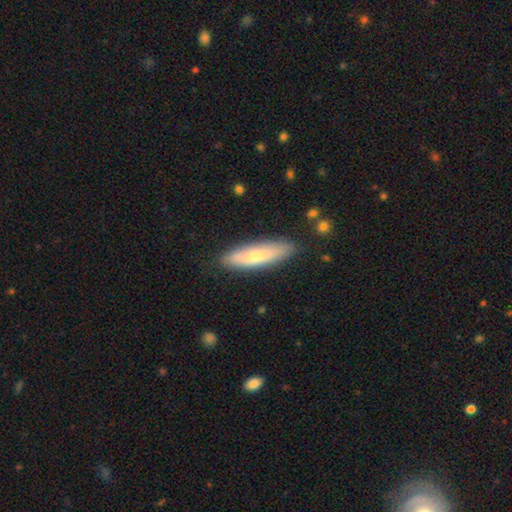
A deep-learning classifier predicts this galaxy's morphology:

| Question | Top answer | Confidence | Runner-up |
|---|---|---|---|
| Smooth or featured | smooth | 67% | featured or disk (27%) |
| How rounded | cigar-shaped | 64% | in between (34%) |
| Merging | none | 86% | minor disturbance (10%) |